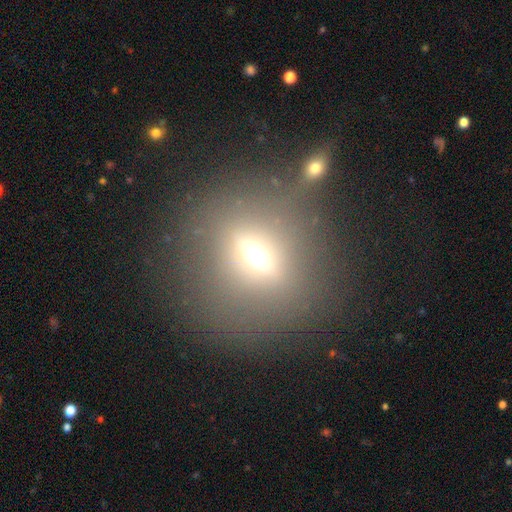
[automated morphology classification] Overall: featured or disk (43%; smooth 39%). Merging: none (75%).